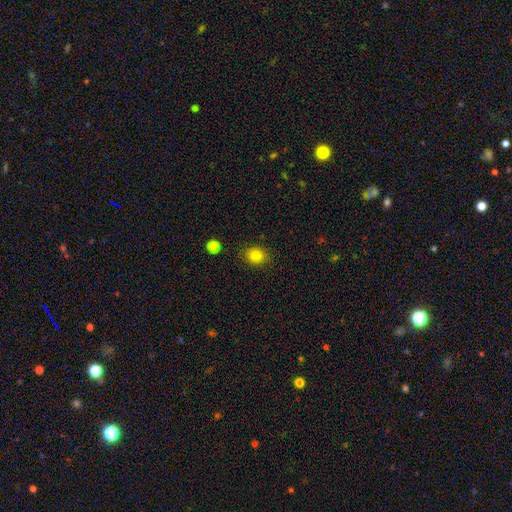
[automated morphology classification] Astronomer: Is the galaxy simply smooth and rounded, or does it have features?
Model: smooth — 83%.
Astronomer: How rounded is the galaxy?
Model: round — 65%.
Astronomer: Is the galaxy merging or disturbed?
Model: none — 86%.